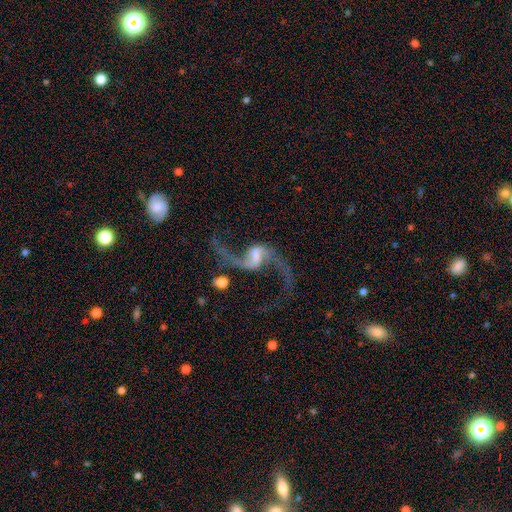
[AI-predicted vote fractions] A featured or disk galaxy (91%) with a weak bar (50%), 2 (94%) loose (91%) spiral arms (97%) and no central bulge (37%).

Vote fractions:
- Smooth or featured? featured or disk: 91% / star or artifact: 5% / smooth: 3%
- Edge-on disk? no: 98% / yes: 2%
- Bar? weak: 50% / strong: 27% / no: 22%
- Spiral arms? yes: 97% / no: 3%
- Spiral winding? loose: 91% / medium: 7% / tight: 2%
- Spiral arm count? 2: 94% / 1: 2% / can't tell: 1% / 3: 1% / 4: 1% / more than 4: 1%
- Bulge size? none: 37% / small: 27% / moderate: 22% / large: 11% / dominant: 3%
- Merging? none: 67% / major disturbance: 14% / minor disturbance: 13% / merger: 5%